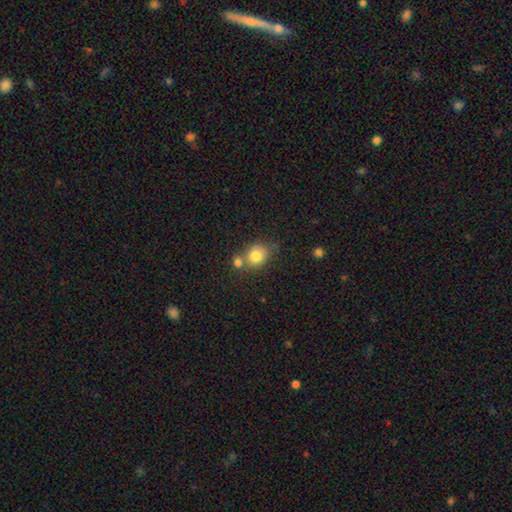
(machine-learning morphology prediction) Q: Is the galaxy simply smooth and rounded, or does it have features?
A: smooth — 80%.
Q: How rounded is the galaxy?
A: round — 70%.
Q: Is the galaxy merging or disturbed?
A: none — 52%.